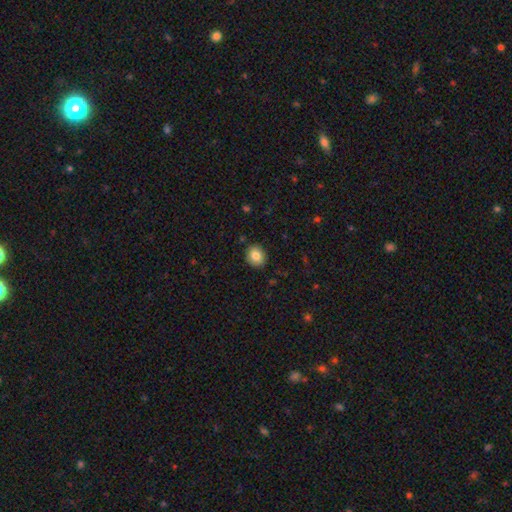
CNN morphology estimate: A smooth galaxy with no disk features (84%) that is round (74%).

Vote fractions:
- Smooth or featured? smooth: 84% / star or artifact: 9% / featured or disk: 8%
- How rounded? round: 74% / in between: 25% / cigar-shaped: 1%
- Merging? none: 90% / minor disturbance: 7% / major disturbance: 2% / merger: 1%